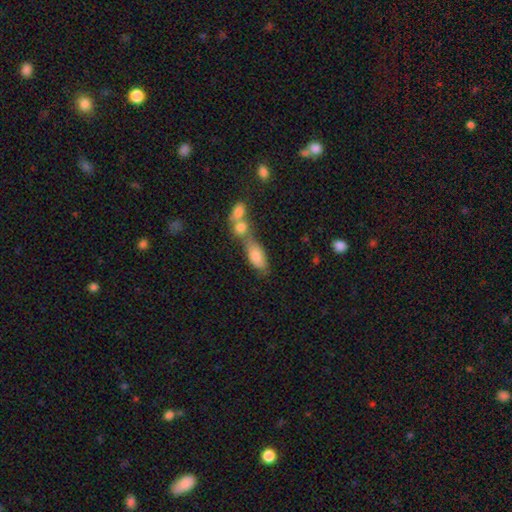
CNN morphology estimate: smooth_or_featured: smooth (p=0.76) [alt: featured or disk p=0.15]
how_rounded: in between (p=0.74) [alt: cigar-shaped p=0.20]
merging: merger (p=0.53) [alt: none p=0.28]